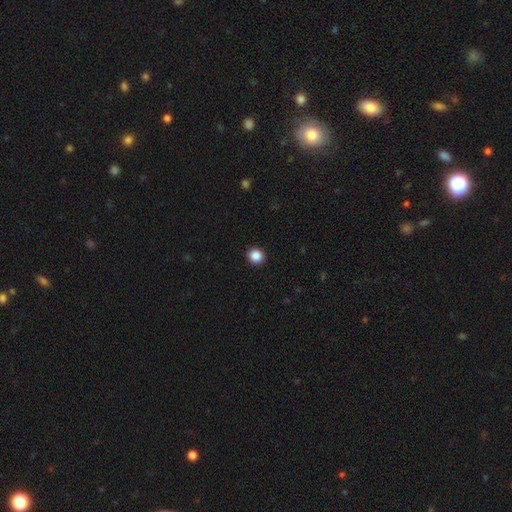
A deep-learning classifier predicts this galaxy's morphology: This is clearly a smooth galaxy (87%). How rounded: clearly round (90%). Merging: clearly none (93%).